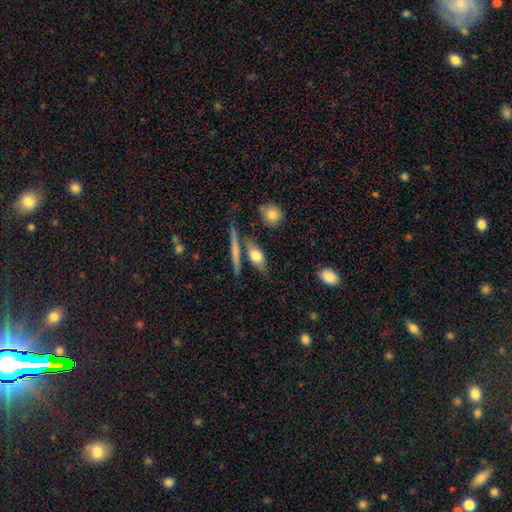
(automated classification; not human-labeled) Smooth or featured: smooth — 65% (featured or disk — 28%)
How rounded: in between — 54% (cigar-shaped — 34%)
Merging: none — 66% (minor disturbance — 15%)